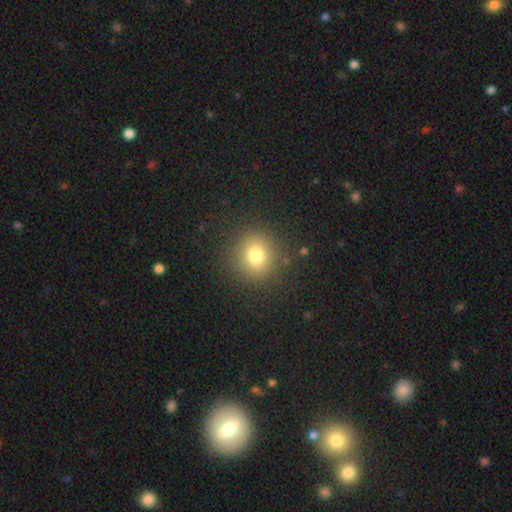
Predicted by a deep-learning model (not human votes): A smooth galaxy with no disk features (77%) that is round (88%). Merging: none (88%).